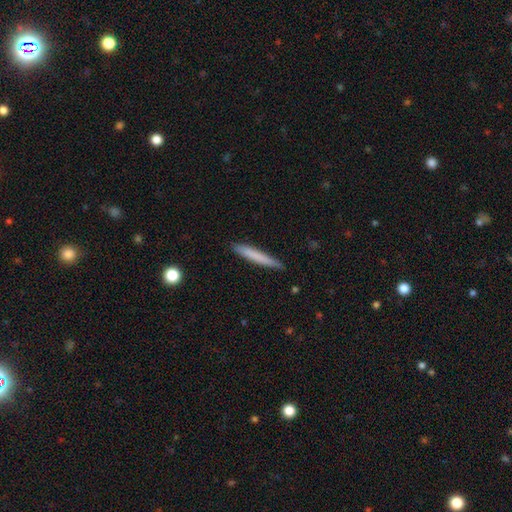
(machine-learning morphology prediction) smooth-or-featured: smooth: 73% | featured or disk: 21% | star or artifact: 6%
  how-rounded: cigar-shaped: 95% | in between: 3% | round: 1%
  merging: none: 88% | minor disturbance: 9% | major disturbance: 2% | merger: 1%